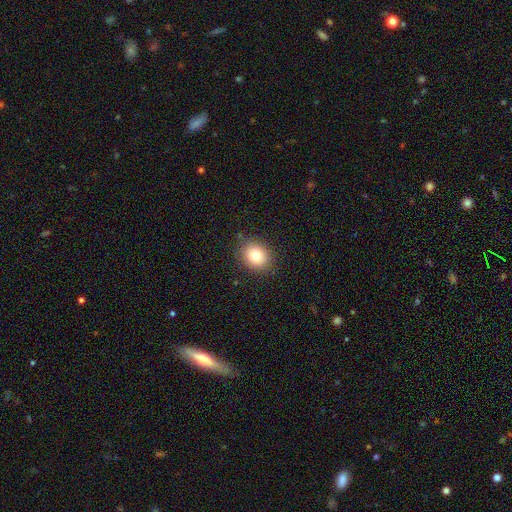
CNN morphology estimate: smooth 80%, star or artifact 11%, featured or disk 9%. Down the decision tree: how rounded — round (62%); merging — none (86%).